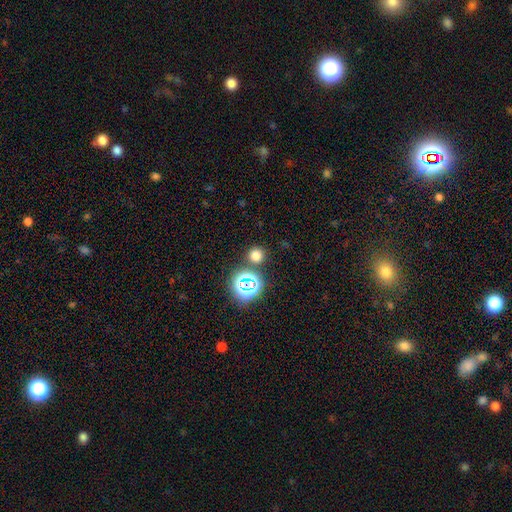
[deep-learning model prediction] Overall: smooth (69%). How rounded: round (92%). Merging: none (83%).